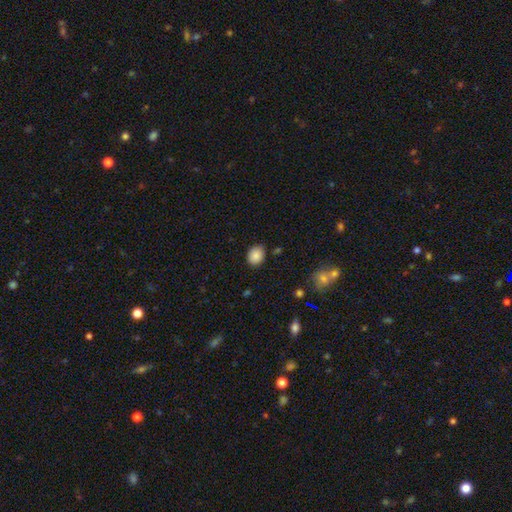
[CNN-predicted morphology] Q: Smooth or featured?
A: smooth (87%); runner-up: star or artifact (9%)
Q: How rounded?
A: round (51%); runner-up: in between (49%)
Q: Merging?
A: none (82%); runner-up: minor disturbance (13%)